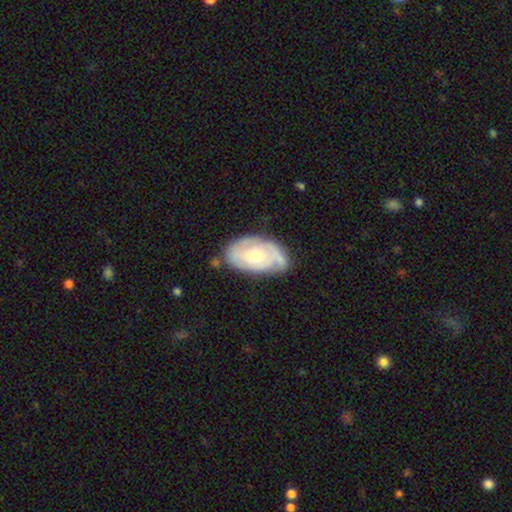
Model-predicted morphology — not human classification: This is likely a featured or disk galaxy (64%). It is clearly not viewed edge-on (95%). Bar: likely no (76%). Spiral arm pattern: likely yes (74%). Central bulge: possibly moderate (51%). Merging: possibly none (59%).